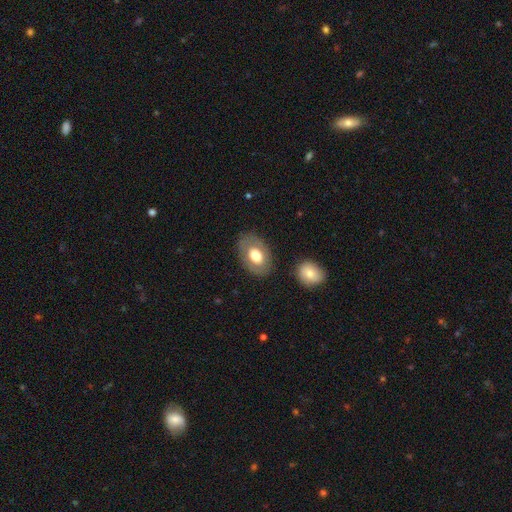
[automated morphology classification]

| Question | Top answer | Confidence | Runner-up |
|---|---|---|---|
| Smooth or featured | smooth | 64% | featured or disk (30%) |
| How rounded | in between | 81% | round (18%) |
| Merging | none | 82% | minor disturbance (11%) |